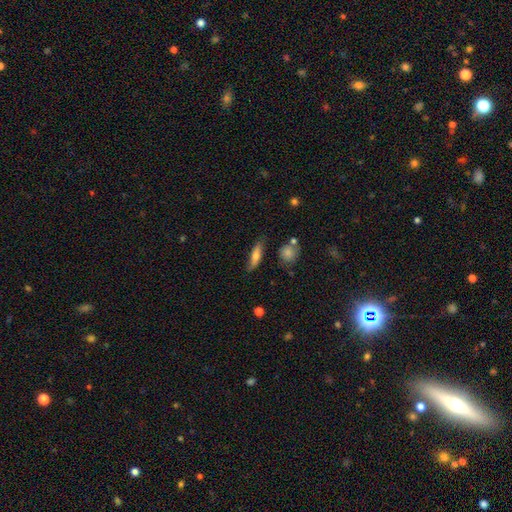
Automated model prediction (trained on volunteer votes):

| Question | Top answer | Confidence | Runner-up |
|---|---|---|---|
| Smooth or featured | smooth | 60% | featured or disk (33%) |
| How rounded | cigar-shaped | 59% | in between (37%) |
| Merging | none | 72% | minor disturbance (20%) |